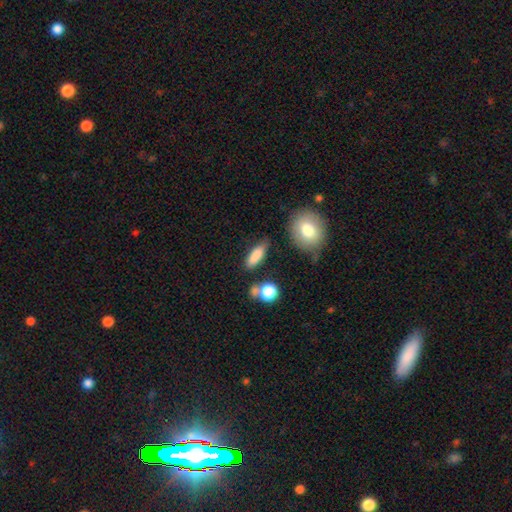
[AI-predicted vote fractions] smooth_or_featured: smooth (p=0.84) [alt: featured or disk p=0.08]
how_rounded: in between (p=0.53) [alt: cigar-shaped p=0.42]
merging: none (p=0.74) [alt: minor disturbance p=0.16]